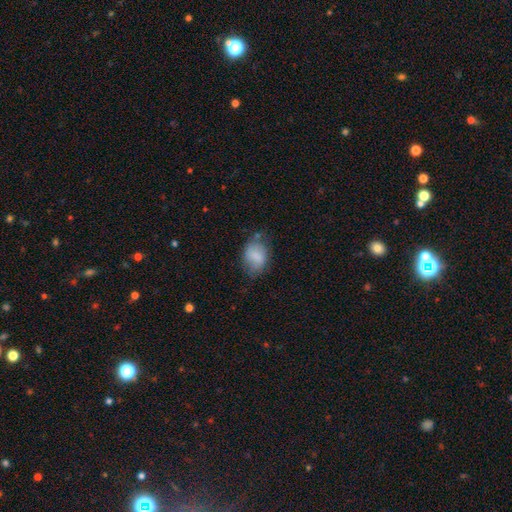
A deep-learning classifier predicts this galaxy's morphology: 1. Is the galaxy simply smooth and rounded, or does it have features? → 78% smooth, 14% featured or disk, 8% star or artifact.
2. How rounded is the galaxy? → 77% in between, 21% round, 1% cigar-shaped.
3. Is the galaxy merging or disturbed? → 56% none, 30% minor disturbance, 11% major disturbance, 4% merger.